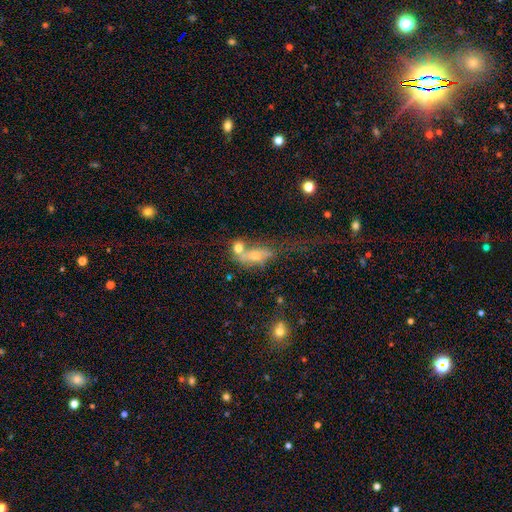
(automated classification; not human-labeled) A smooth galaxy with no disk features (50%) that is in between round and cigar-shaped (69%).

Vote fractions:
- Smooth or featured? smooth: 50% / featured or disk: 35% / star or artifact: 15%
- How rounded? in between: 69% / cigar-shaped: 16% / round: 15%
- Merging? merger: 50% / none: 22% / major disturbance: 16% / minor disturbance: 12%